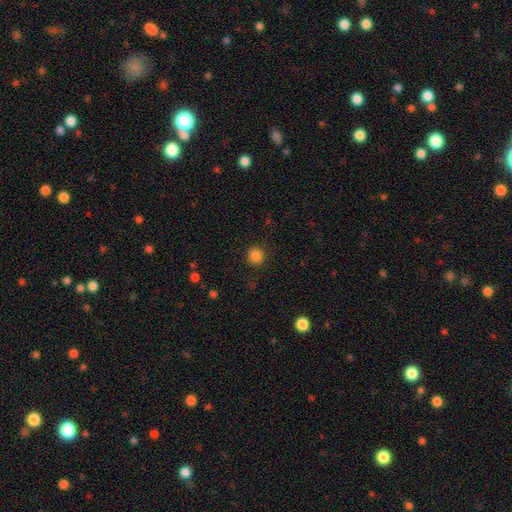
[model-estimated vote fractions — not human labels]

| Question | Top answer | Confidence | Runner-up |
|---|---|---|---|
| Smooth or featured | smooth | 85% | star or artifact (12%) |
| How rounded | round | 89% | in between (10%) |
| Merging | none | 90% | minor disturbance (6%) |